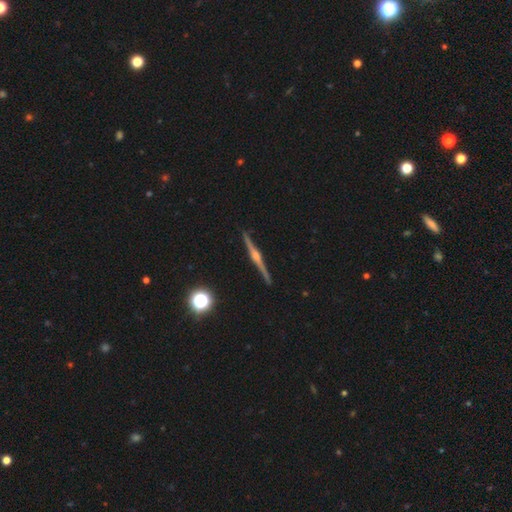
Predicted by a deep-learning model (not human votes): Q: Smooth or featured?
A: featured or disk (86%); runner-up: smooth (8%)
Q: Edge-on disk?
A: yes (98%); runner-up: no (2%)
Q: Edge-on bulge?
A: rounded (86%); runner-up: boxy (8%)
Q: Merging?
A: none (92%); runner-up: minor disturbance (6%)